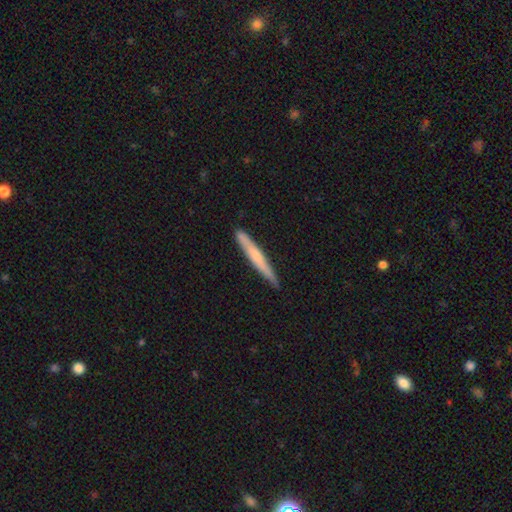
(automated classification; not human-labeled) Smooth or featured: smooth — 53% (featured or disk — 42%)
How rounded: cigar-shaped — 96% (in between — 3%)
Merging: none — 89% (minor disturbance — 8%)